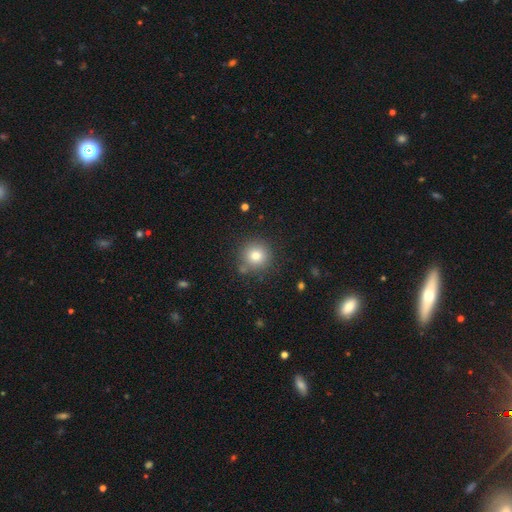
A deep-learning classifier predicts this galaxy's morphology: smooth-or-featured: smooth: 79% | star or artifact: 12% | featured or disk: 9%
  how-rounded: round: 94% | in between: 5% | cigar-shaped: 1%
  merging: none: 83% | minor disturbance: 10% | merger: 4% | major disturbance: 3%